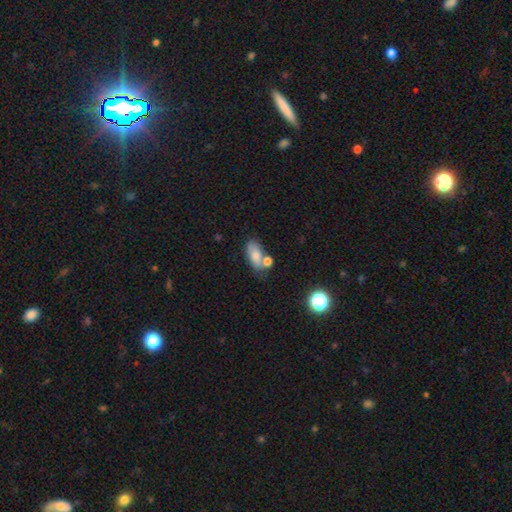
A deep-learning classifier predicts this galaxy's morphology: This appears to be a smooth galaxy with no disk features (77%) that is in between round and cigar-shaped (86%). Merging: none (47%).